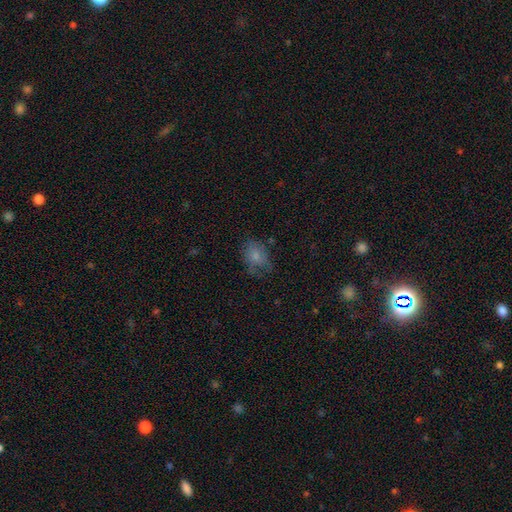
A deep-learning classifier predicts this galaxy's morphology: Smooth or featured? smooth (73%)
How rounded? in between (70%)
Merging? none (52%)